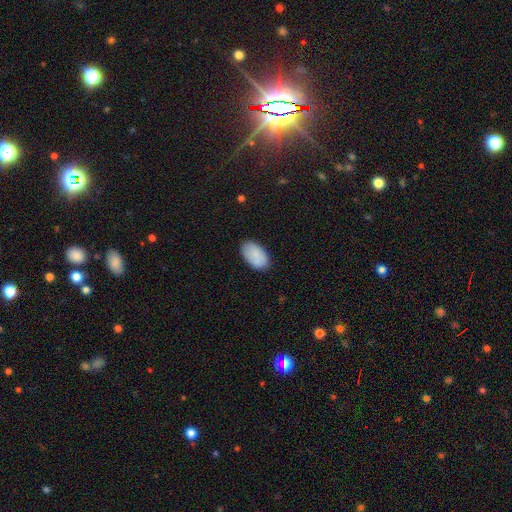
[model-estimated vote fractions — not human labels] smooth 84%, featured or disk 9%, star or artifact 7%. Down the decision tree: how rounded — in between (95%); merging — none (83%).